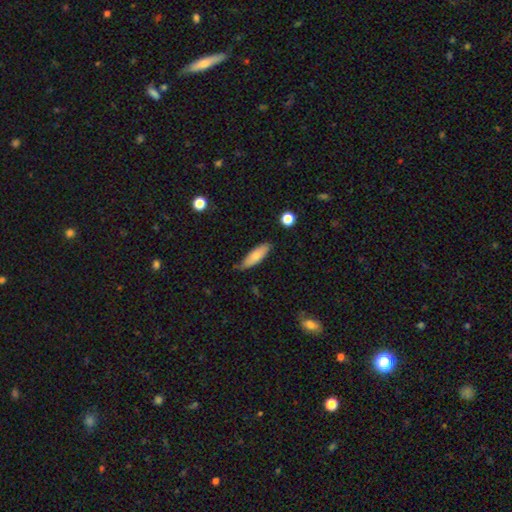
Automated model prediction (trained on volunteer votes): Smooth or featured? Predicted: smooth (p=0.77). How rounded? Predicted: in between (p=0.52). Merging? Predicted: none (p=0.72).